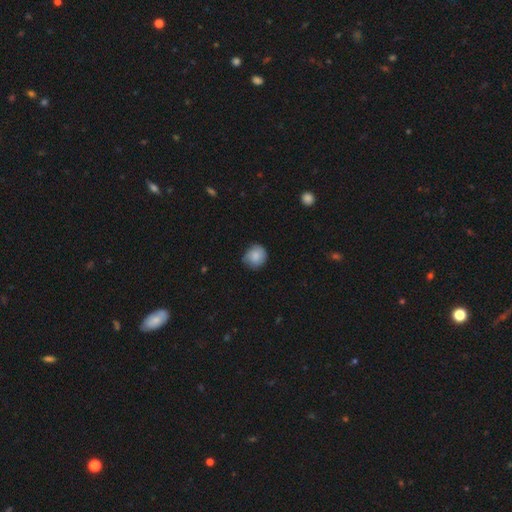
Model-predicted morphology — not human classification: type=smooth (83%); roundness=round (82%); merging=none (72%).